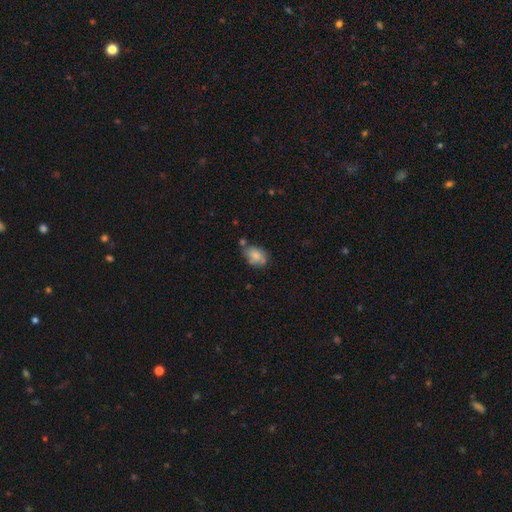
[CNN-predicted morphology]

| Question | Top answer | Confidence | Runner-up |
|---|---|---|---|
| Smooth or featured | smooth | 75% | featured or disk (17%) |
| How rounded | in between | 84% | round (15%) |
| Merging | none | 55% | minor disturbance (26%) |